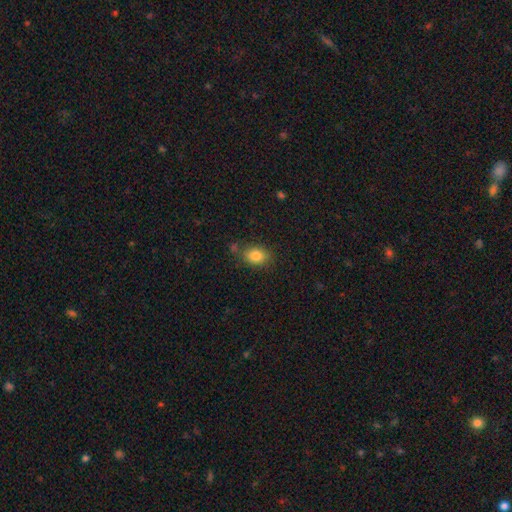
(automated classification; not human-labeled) Morphology: type=smooth (84%); roundness=in between (72%); merging=none (76%).